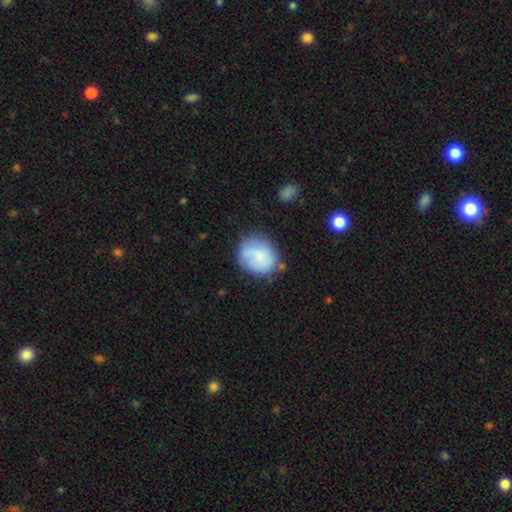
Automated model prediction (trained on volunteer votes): smooth 73%, featured or disk 19%, star or artifact 8%. Down the decision tree: how rounded — round (71%); merging — none (67%).